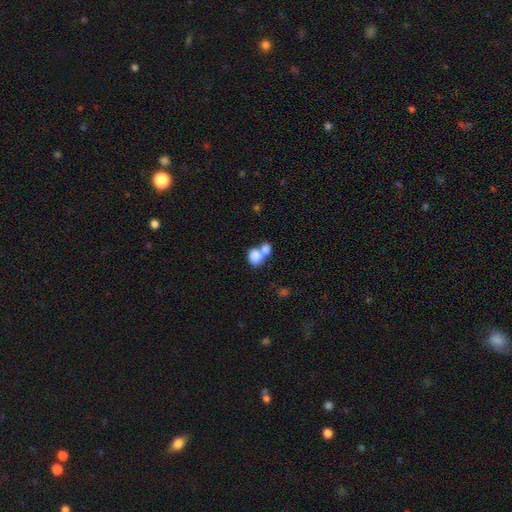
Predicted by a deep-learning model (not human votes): Smooth or featured? smooth (82%)
How rounded? round (58%)
Merging? merger (63%)